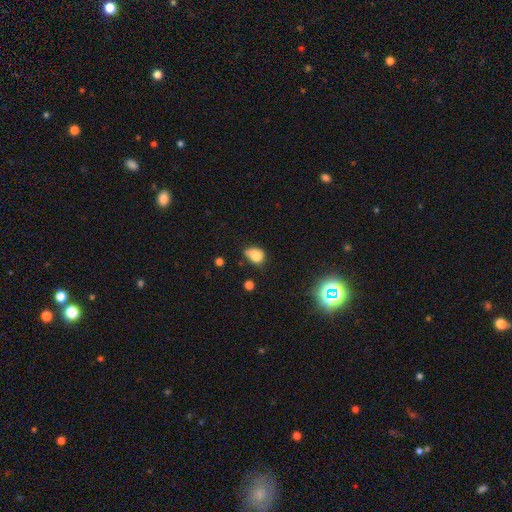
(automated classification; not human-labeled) A smooth galaxy with no disk features (74%) that is in between round and cigar-shaped (67%).

Vote fractions:
- Smooth or featured? smooth: 74% / star or artifact: 13% / featured or disk: 13%
- How rounded? in between: 67% / round: 32% / cigar-shaped: 2%
- Merging? minor disturbance: 42% / none: 36% / major disturbance: 16% / merger: 7%